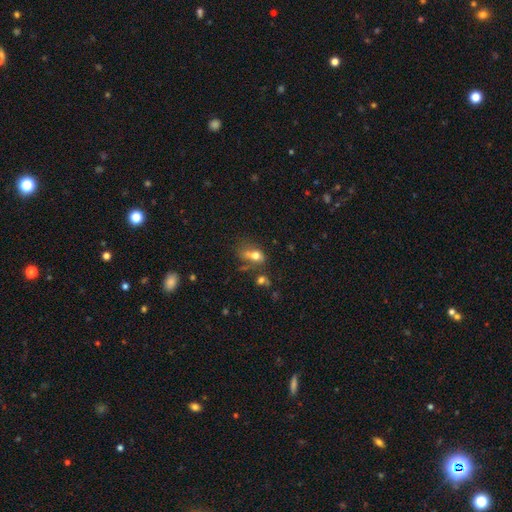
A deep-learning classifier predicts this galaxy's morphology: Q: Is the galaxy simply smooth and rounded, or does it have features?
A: smooth — 66%.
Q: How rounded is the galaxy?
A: in between — 72%.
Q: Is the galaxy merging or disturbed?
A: none — 31%.